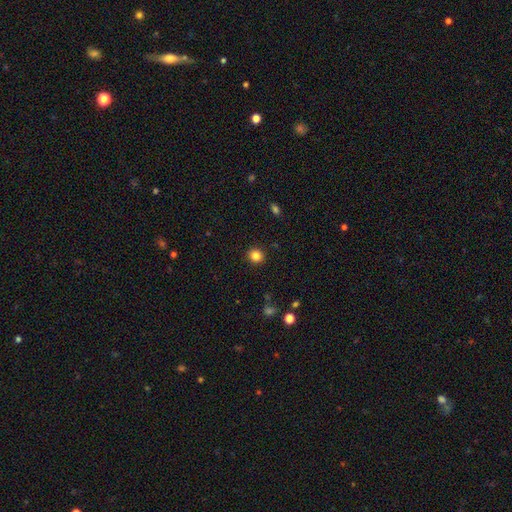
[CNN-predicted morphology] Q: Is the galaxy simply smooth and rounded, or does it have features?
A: smooth — 84%.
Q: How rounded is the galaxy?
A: round — 91%.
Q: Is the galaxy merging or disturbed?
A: none — 92%.